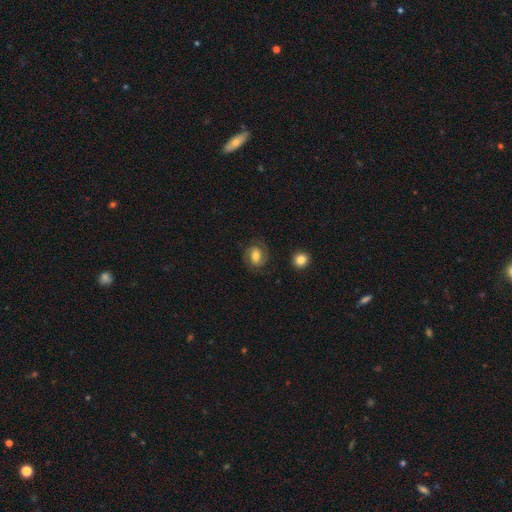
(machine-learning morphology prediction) The model was most divided on "smooth or featured": featured or disk: 51%, smooth: 40%, star or artifact: 9%. More confident: edge-on disk — no (97%); merging — none (78%).